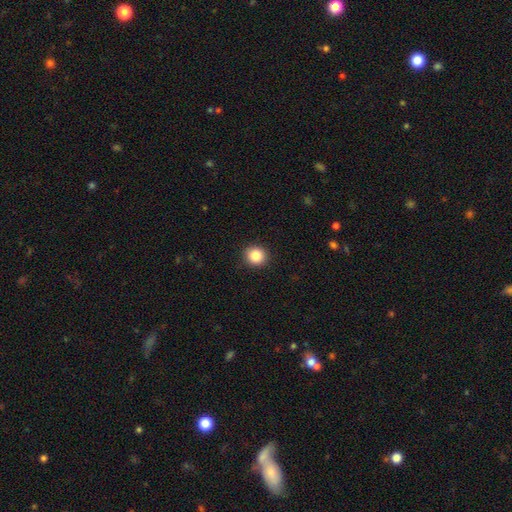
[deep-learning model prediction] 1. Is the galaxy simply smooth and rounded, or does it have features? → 86% smooth, 9% star or artifact, 4% featured or disk.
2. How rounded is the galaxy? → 87% round, 12% in between, 1% cigar-shaped.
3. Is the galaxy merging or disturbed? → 91% none, 6% minor disturbance, 2% major disturbance, 1% merger.